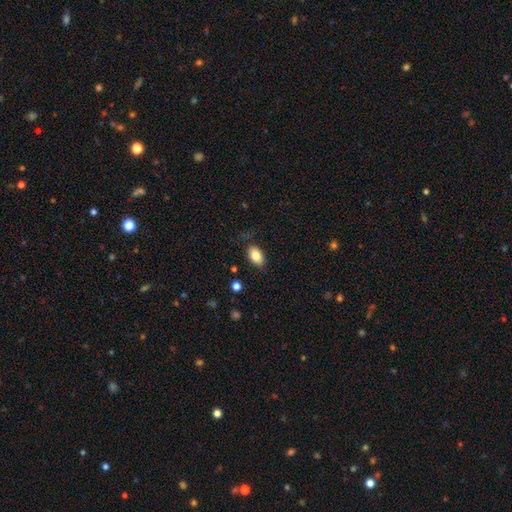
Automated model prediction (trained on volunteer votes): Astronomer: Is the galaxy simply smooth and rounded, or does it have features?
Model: smooth — 81%.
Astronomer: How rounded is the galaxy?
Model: in between — 90%.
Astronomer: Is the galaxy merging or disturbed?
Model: none — 80%.